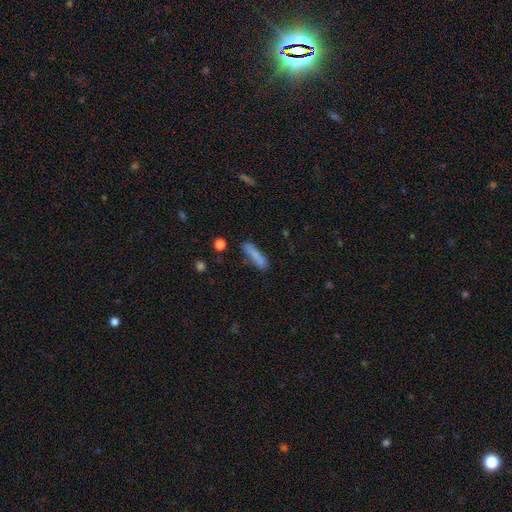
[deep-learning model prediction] smooth_or_featured: smooth (p=0.80) [alt: featured or disk p=0.12]
how_rounded: cigar-shaped (p=0.79) [alt: in between p=0.19]
merging: none (p=0.69) [alt: minor disturbance p=0.20]